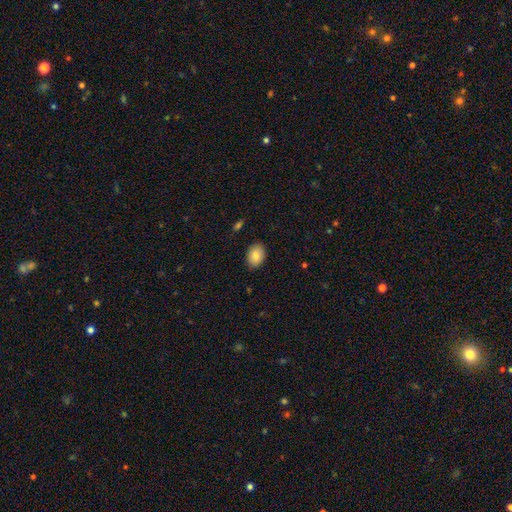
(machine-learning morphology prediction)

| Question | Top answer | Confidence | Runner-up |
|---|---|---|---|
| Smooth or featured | smooth | 85% | featured or disk (8%) |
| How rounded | in between | 83% | round (16%) |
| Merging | none | 88% | minor disturbance (9%) |